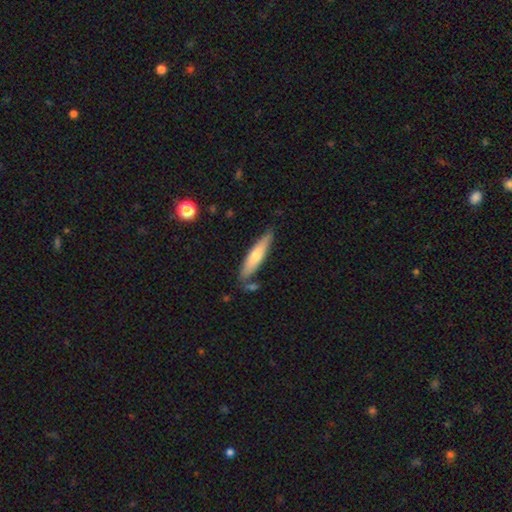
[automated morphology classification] smooth 62%, featured or disk 33%, star or artifact 5%. Down the decision tree: how rounded — cigar-shaped (82%); merging — none (78%).